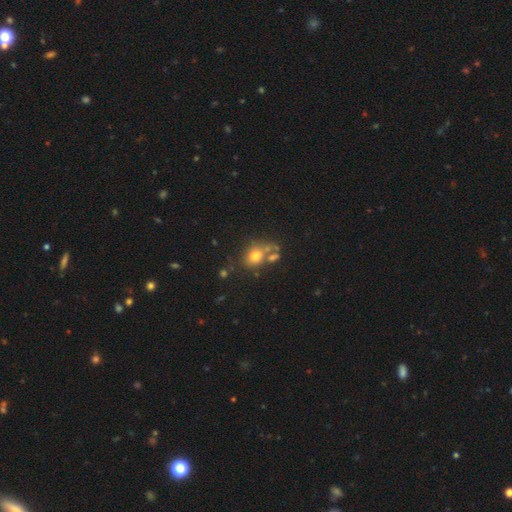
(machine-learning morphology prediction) A smooth galaxy with no disk features (72%) that is round (52%).

Vote fractions:
- Smooth or featured? smooth: 72% / featured or disk: 14% / star or artifact: 14%
- How rounded? round: 52% / in between: 47% / cigar-shaped: 1%
- Merging? none: 52% / merger: 23% / minor disturbance: 16% / major disturbance: 8%